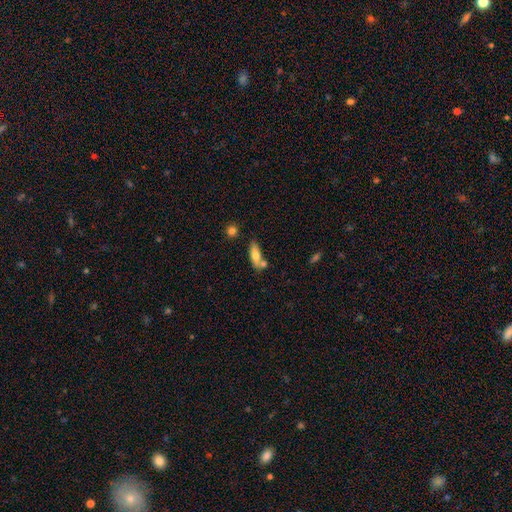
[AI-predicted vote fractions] smooth-or-featured: smooth: 69% | featured or disk: 24% | star or artifact: 7%
  how-rounded: in between: 66% | cigar-shaped: 31% | round: 3%
  merging: none: 54% | merger: 25% | minor disturbance: 16% | major disturbance: 5%